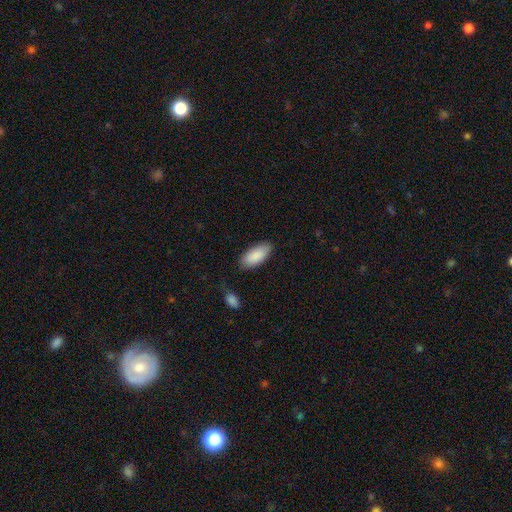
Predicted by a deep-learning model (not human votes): smooth 89%, star or artifact 6%, featured or disk 6%. Down the decision tree: how rounded — in between (87%); merging — none (80%).